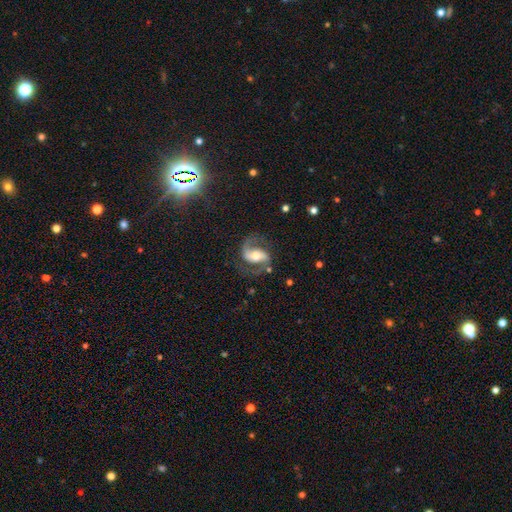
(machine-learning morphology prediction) The model was most divided on "bar": weak: 37%, strong: 34%, no: 29%. More confident: edge-on disk — no (97%); spiral arms — yes (97%); spiral arm count — 2 (92%); smooth or featured — featured or disk (87%); merging — none (74%); bulge size — moderate (63%); spiral winding — medium (55%).